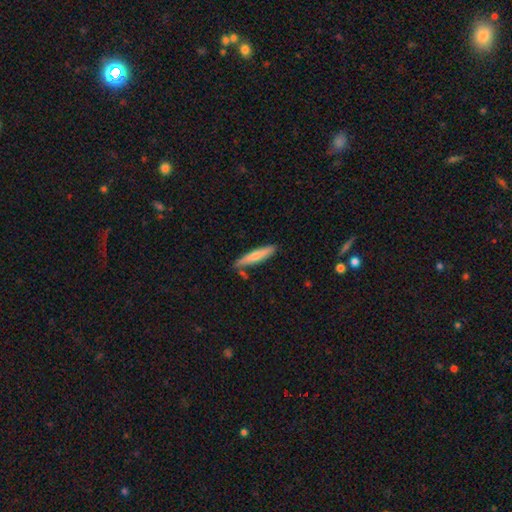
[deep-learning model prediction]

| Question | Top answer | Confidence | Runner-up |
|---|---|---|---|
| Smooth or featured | smooth | 68% | featured or disk (27%) |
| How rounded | cigar-shaped | 88% | in between (11%) |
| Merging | none | 78% | minor disturbance (14%) |